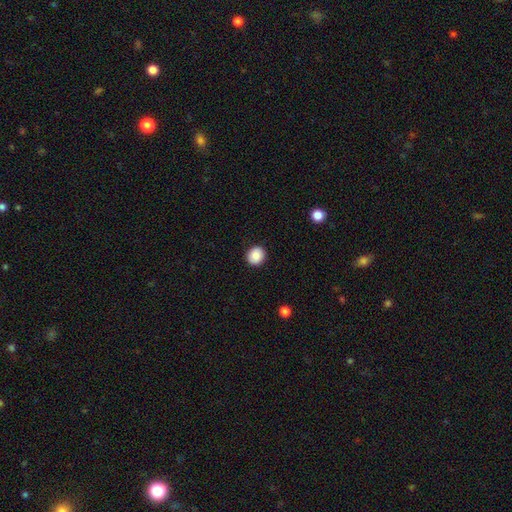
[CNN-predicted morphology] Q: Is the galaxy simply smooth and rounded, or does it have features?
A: smooth — 85%.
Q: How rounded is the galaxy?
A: round — 80%.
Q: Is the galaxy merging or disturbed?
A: none — 91%.